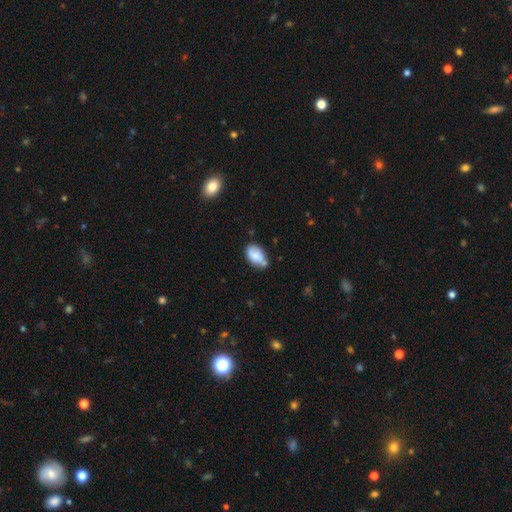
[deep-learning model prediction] The model was most divided on "merging": none: 54%, minor disturbance: 27%, merger: 13%, major disturbance: 6%. More confident: how rounded — in between (89%); smooth or featured — smooth (77%).